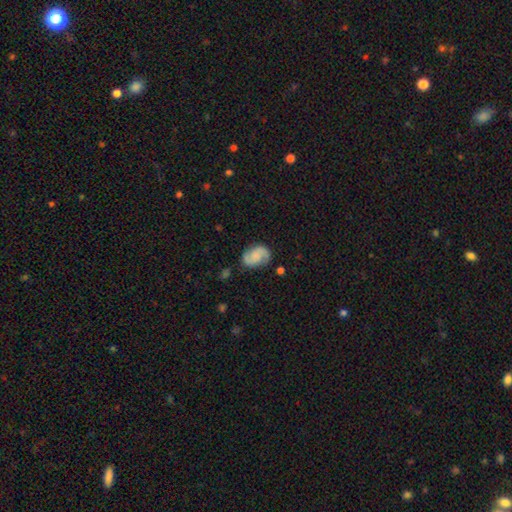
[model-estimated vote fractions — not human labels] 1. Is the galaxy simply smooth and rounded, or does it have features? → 62% featured or disk, 30% smooth, 8% star or artifact.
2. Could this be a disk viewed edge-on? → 98% no, 2% yes.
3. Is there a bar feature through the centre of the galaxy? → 64% no, 30% weak, 6% strong.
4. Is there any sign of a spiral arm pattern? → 94% yes, 6% no.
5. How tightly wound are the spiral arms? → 45% medium, 33% loose, 21% tight.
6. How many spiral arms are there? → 89% 2, 5% can't tell, 3% 1, 2% 3, 1% 4, 1% more than 4.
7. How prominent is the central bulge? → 50% none, 25% small, 16% moderate, 7% large, 2% dominant.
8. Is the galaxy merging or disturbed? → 75% none, 17% minor disturbance, 6% major disturbance, 2% merger.